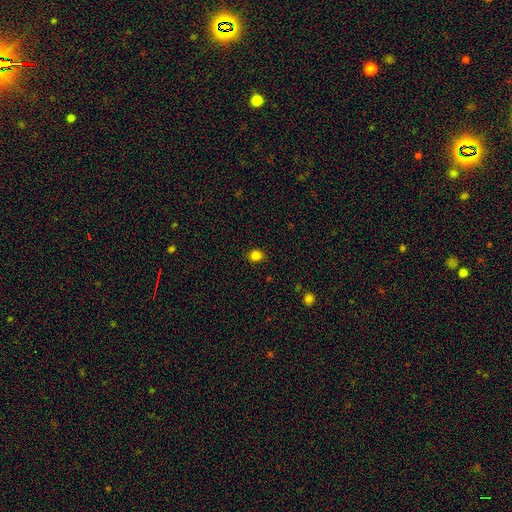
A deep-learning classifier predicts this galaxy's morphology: smooth-or-featured: smooth: 83% | star or artifact: 13% | featured or disk: 4%
  how-rounded: round: 62% | in between: 37% | cigar-shaped: 1%
  merging: none: 88% | minor disturbance: 8% | major disturbance: 2% | merger: 1%